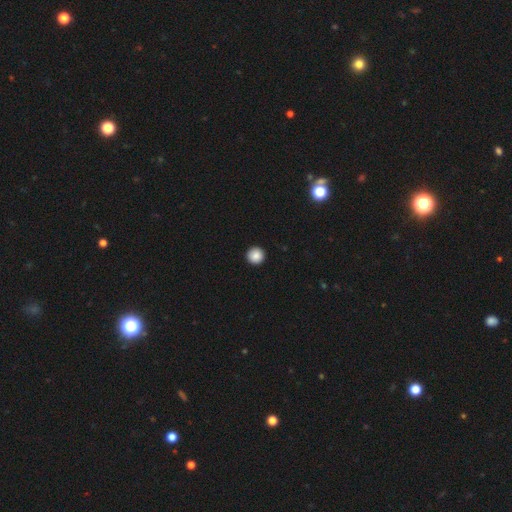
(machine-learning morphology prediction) type=smooth (88%); roundness=round (96%); merging=none (94%).